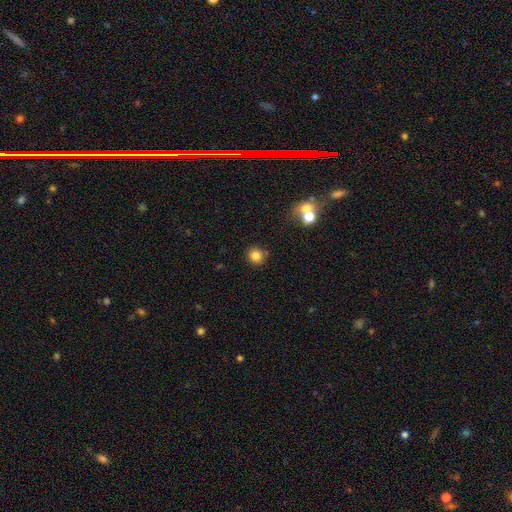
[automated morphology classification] smooth-or-featured: smooth: 82% | star or artifact: 12% | featured or disk: 6%
  how-rounded: round: 92% | in between: 7% | cigar-shaped: 1%
  merging: none: 86% | minor disturbance: 8% | merger: 4% | major disturbance: 2%